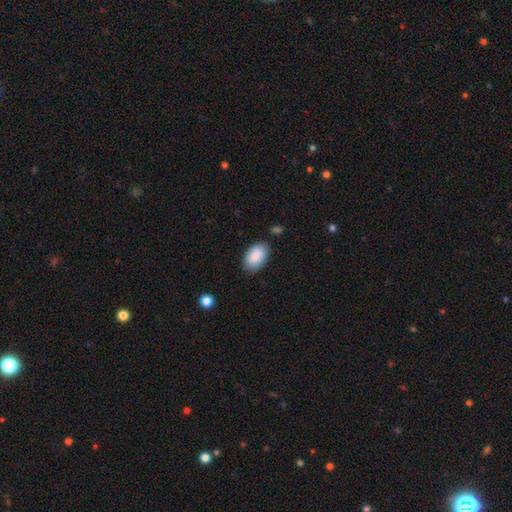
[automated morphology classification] Overall: smooth (87%). How rounded: in between (93%). Merging: none (81%).